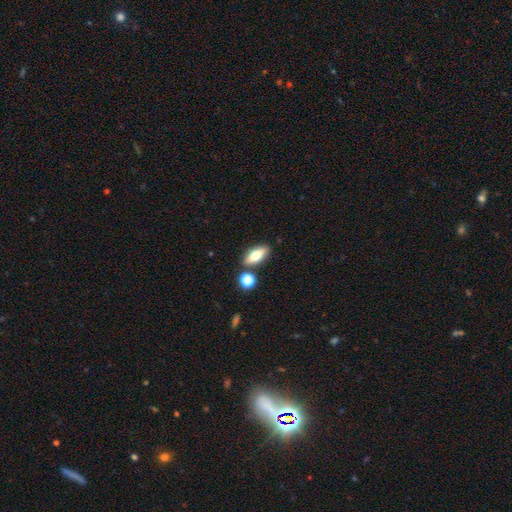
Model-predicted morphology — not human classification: type=smooth (66%); roundness=in between (73%); merging=none (79%).